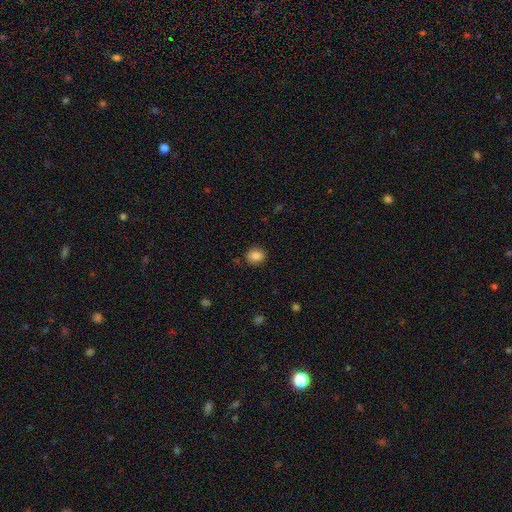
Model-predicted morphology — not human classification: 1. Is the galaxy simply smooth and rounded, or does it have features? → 86% smooth, 9% star or artifact, 4% featured or disk.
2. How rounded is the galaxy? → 61% round, 38% in between, 1% cigar-shaped.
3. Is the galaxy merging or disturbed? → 85% none, 11% minor disturbance, 3% major disturbance, 1% merger.